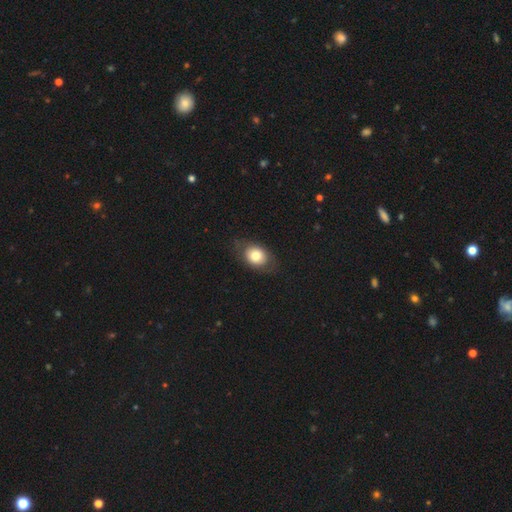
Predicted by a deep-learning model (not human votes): Smooth or featured? Predicted: smooth (p=0.75). How rounded? Predicted: in between (p=0.61). Merging? Predicted: none (p=0.78).